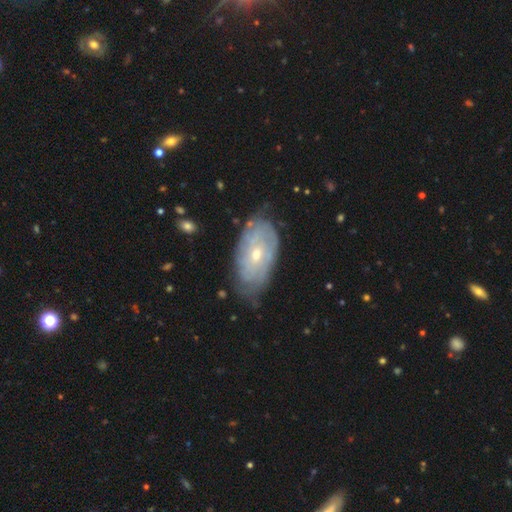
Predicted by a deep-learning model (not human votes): A featured or disk galaxy (70%) with no bar (68%), tight (76%) spiral arms (81%) and a small central bulge (53%). Merging: none (75%).